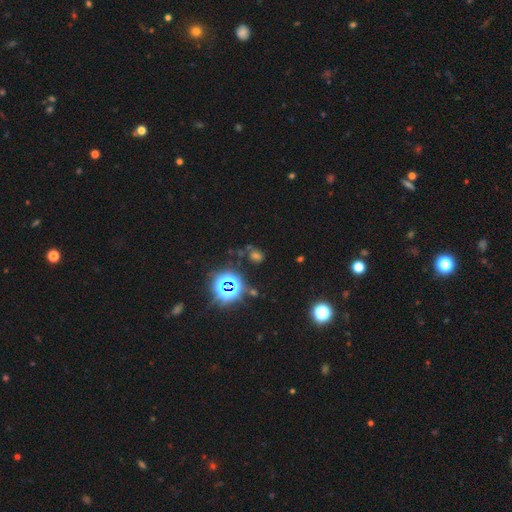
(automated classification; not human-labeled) Smooth or featured? Predicted: star or artifact (p=0.56).